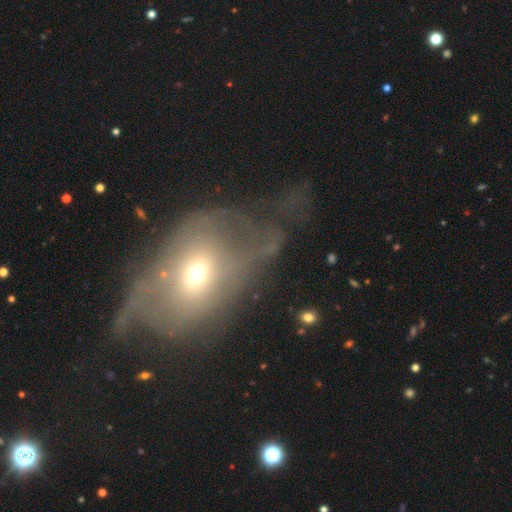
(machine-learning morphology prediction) Smooth or featured?
  - featured or disk: 53% *
  - smooth: 31%
  - star or artifact: 16%
Edge-on disk?
  - no: 87% *
  - yes: 13%
Merging?
  - major disturbance: 38% *
  - none: 35%
  - minor disturbance: 23%
  - merger: 5%